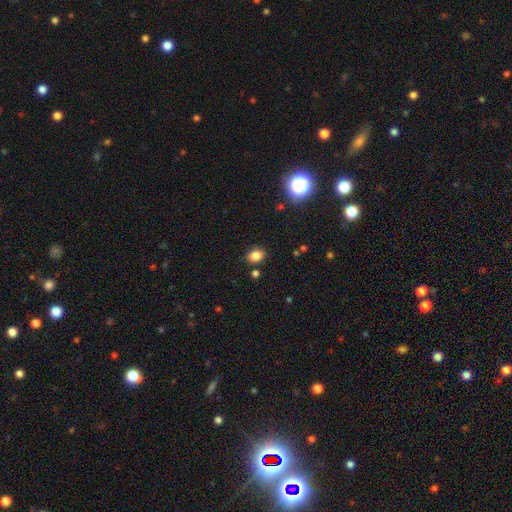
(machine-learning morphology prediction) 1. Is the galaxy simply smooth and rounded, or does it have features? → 83% smooth, 12% star or artifact, 5% featured or disk.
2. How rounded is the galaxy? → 69% in between, 30% round, 1% cigar-shaped.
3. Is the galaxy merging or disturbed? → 84% none, 10% minor disturbance, 3% merger, 3% major disturbance.